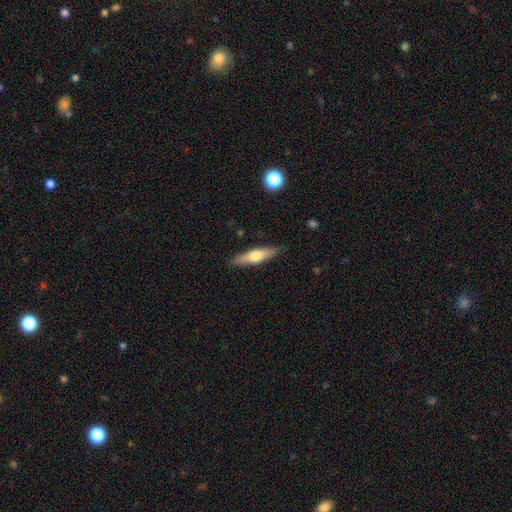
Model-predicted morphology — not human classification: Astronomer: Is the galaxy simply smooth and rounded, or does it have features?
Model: smooth — 52% (runner-up: featured or disk, 43%).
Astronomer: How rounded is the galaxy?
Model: cigar-shaped — 72%.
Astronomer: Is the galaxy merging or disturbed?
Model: none — 88%.